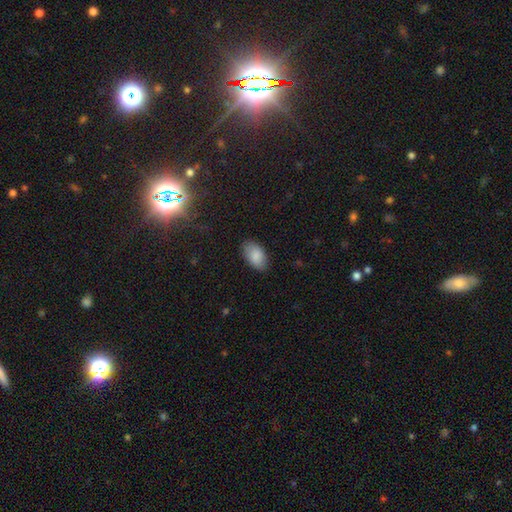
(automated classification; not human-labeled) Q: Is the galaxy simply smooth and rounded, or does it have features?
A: smooth — 86%.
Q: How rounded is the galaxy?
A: in between — 94%.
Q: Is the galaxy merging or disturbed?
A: none — 85%.